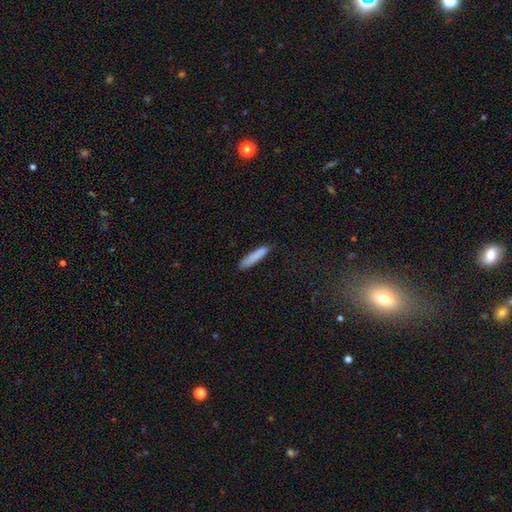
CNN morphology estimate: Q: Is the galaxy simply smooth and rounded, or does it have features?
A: smooth — 83%.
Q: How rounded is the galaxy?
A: cigar-shaped — 90%.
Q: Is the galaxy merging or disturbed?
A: none — 86%.